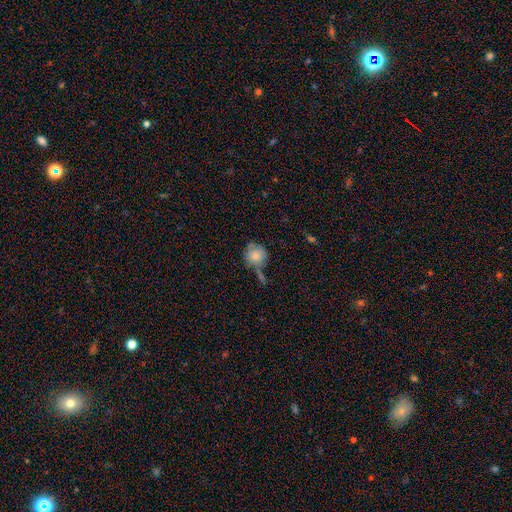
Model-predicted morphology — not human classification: Smooth or featured? smooth (79%)
How rounded? round (89%)
Merging? none (51%)